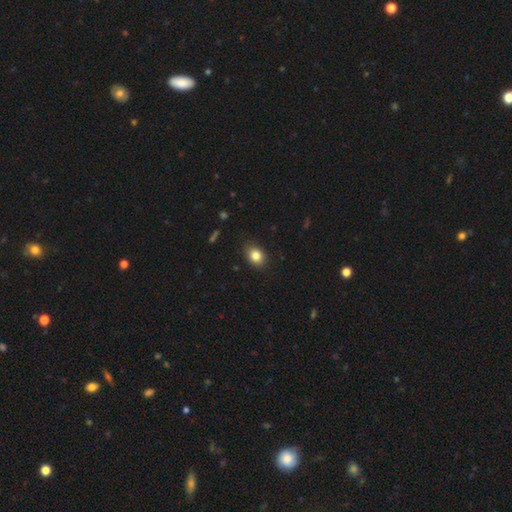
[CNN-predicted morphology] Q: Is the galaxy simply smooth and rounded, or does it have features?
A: smooth — 84%.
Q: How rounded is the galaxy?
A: in between — 58%.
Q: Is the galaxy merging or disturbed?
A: none — 87%.